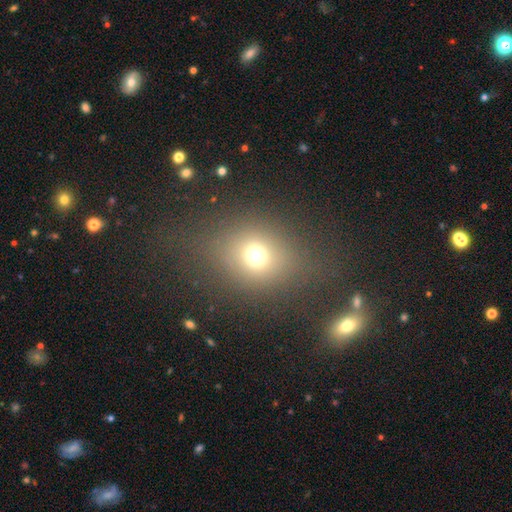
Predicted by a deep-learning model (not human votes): A smooth galaxy with no disk features (67%) that is round (70%). Merging: none (78%).